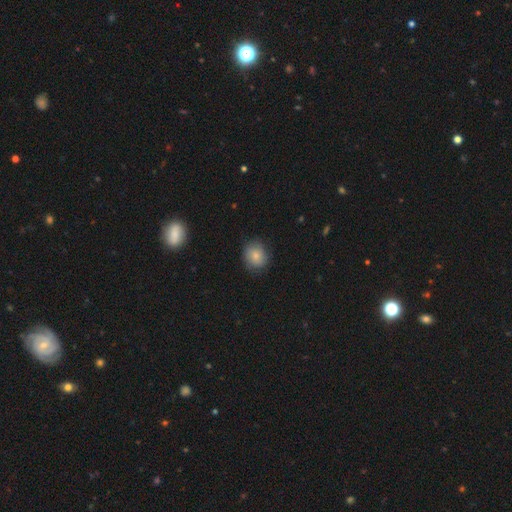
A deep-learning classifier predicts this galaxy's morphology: Overall: smooth (81%). How rounded: round (73%). Merging: none (80%).